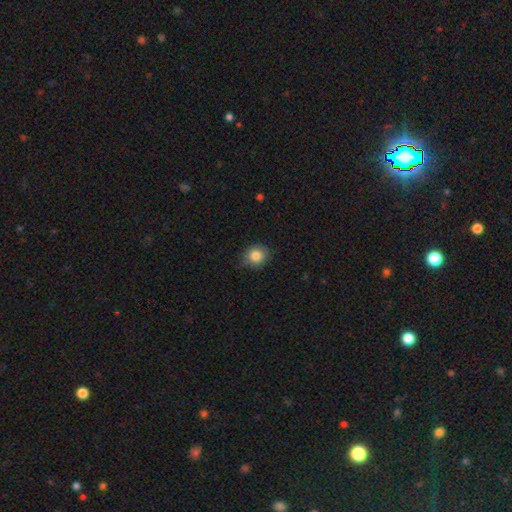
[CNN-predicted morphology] Overall: smooth (84%). How rounded: round (80%). Merging: none (79%).